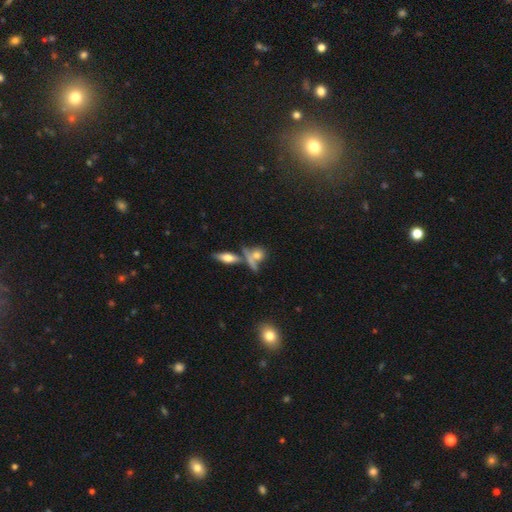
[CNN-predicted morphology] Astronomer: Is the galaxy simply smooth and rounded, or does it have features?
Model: smooth — 64%.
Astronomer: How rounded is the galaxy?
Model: round — 59%.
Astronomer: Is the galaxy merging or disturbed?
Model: none — 50% (runner-up: merger, 31%).